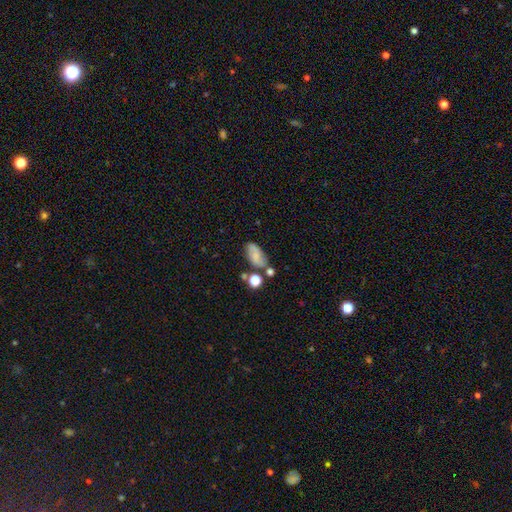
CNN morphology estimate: smooth-or-featured: smooth: 62% | featured or disk: 27% | star or artifact: 11%
  how-rounded: in between: 88% | round: 8% | cigar-shaped: 4%
  merging: none: 56% | minor disturbance: 22% | merger: 15% | major disturbance: 8%